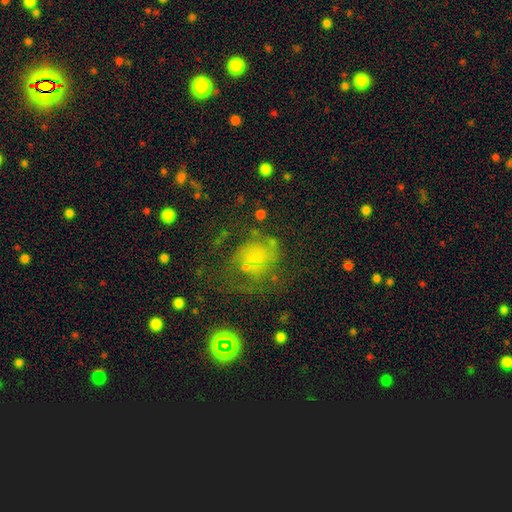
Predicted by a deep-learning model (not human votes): Smooth or featured?
  - featured or disk: 43% *
  - smooth: 38%
  - star or artifact: 20%
Merging?
  - none: 46% *
  - major disturbance: 29%
  - minor disturbance: 20%
  - merger: 5%